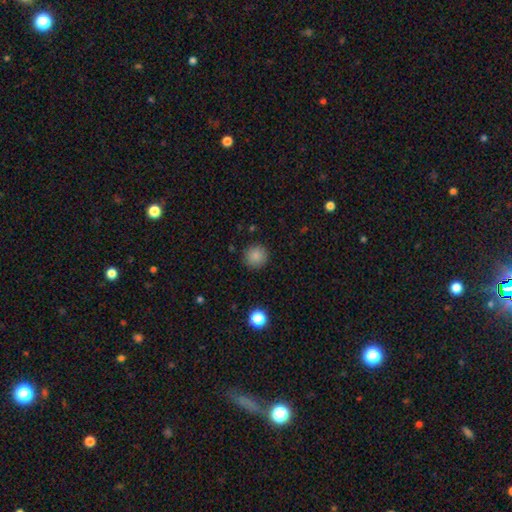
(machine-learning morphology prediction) Smooth or featured: smooth — 86% (star or artifact — 10%)
How rounded: round — 94% (in between — 6%)
Merging: none — 90% (minor disturbance — 7%)